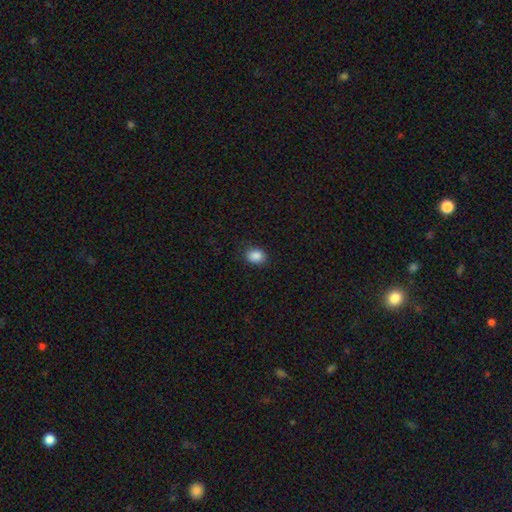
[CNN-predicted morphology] smooth-or-featured: smooth: 88% | star or artifact: 9% | featured or disk: 3%
  how-rounded: in between: 57% | round: 42% | cigar-shaped: 1%
  merging: none: 86% | minor disturbance: 10% | major disturbance: 2% | merger: 1%